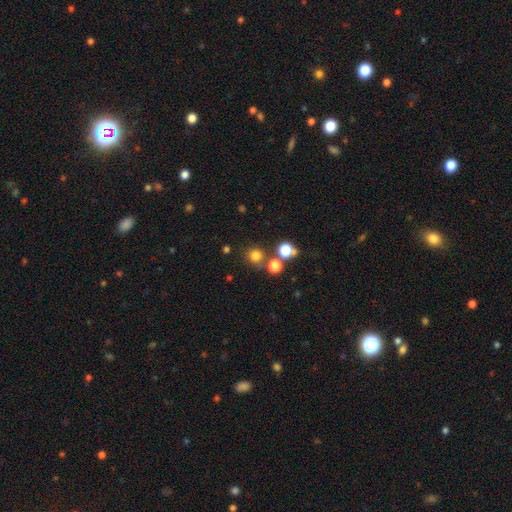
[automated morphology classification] Smooth or featured: smooth — 75% (star or artifact — 19%)
How rounded: round — 91% (in between — 8%)
Merging: none — 74% (merger — 14%)